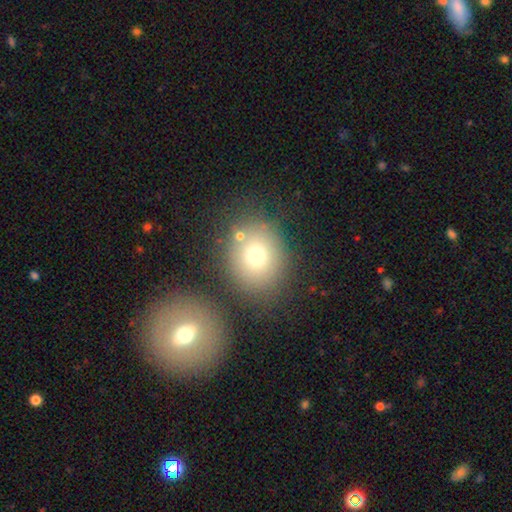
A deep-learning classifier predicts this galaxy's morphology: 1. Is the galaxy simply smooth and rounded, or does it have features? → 74% smooth, 13% featured or disk, 13% star or artifact.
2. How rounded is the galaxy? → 69% round, 30% in between, 1% cigar-shaped.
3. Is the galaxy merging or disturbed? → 71% none, 14% merger, 12% minor disturbance, 4% major disturbance.